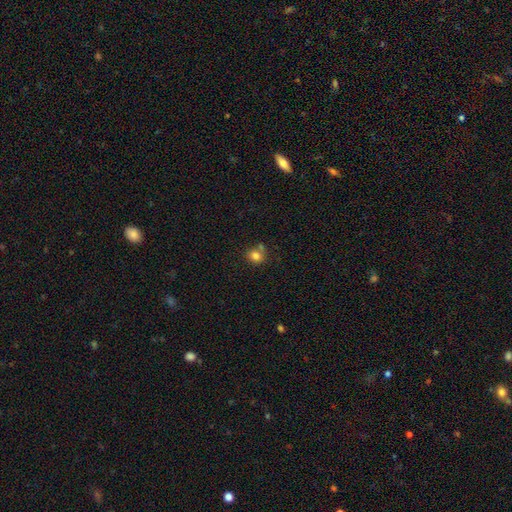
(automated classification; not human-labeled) Morphology: type=smooth (81%); roundness=round (68%); merging=none (57%).